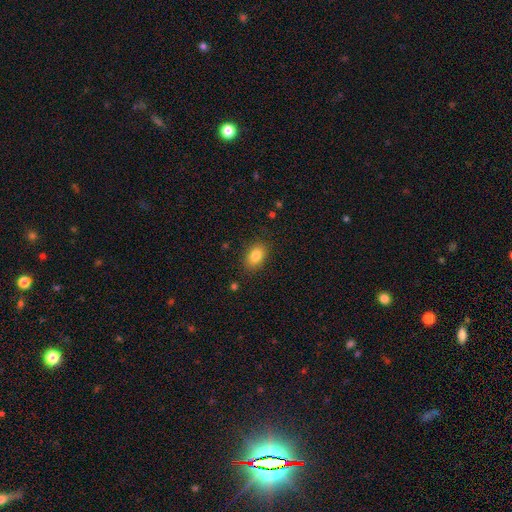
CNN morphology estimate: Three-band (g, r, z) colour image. It shows a smooth galaxy with no disk features (83%) that is in between round and cigar-shaped (84%). Merging: none (86%).